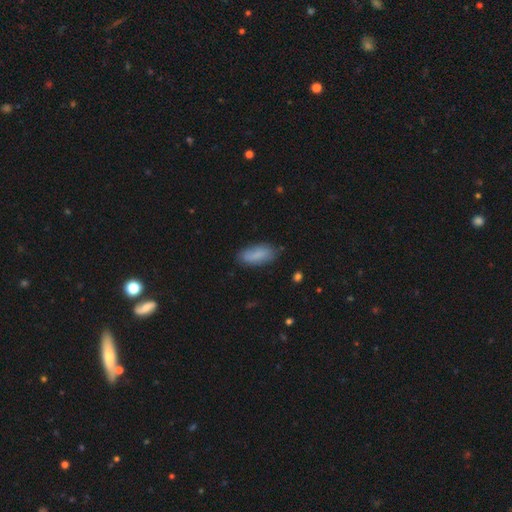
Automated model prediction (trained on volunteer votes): Smooth or featured: smooth — 84% (featured or disk — 9%)
How rounded: in between — 82% (cigar-shaped — 16%)
Merging: none — 75% (minor disturbance — 19%)